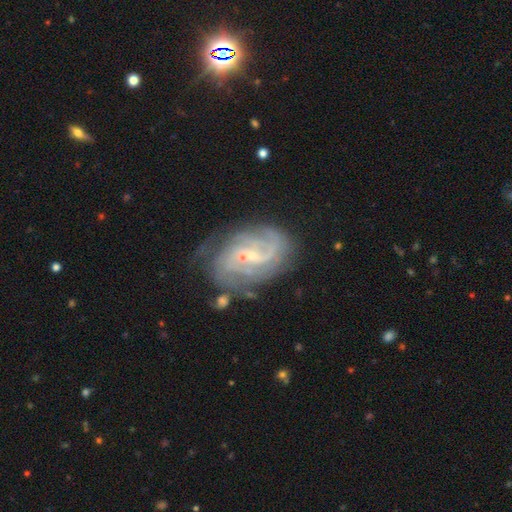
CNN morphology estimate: This is clearly a featured or disk galaxy (83%). It is clearly not viewed edge-on (97%). Bar: possibly weak (53%). Spiral arm pattern: clearly yes (95%). Spiral arm count: marginally 2 (38%). Spiral winding: marginally tight (43%). Central bulge: likely small (72%). Merging: likely none (69%).